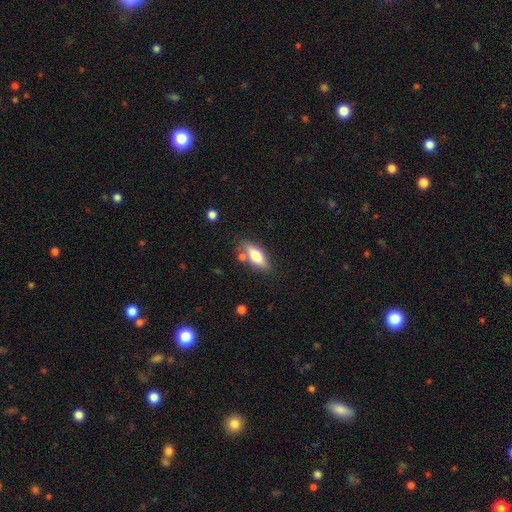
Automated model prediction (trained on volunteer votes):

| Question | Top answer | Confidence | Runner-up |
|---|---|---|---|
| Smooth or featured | smooth | 64% | featured or disk (29%) |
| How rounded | in between | 66% | cigar-shaped (31%) |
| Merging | none | 72% | minor disturbance (15%) |